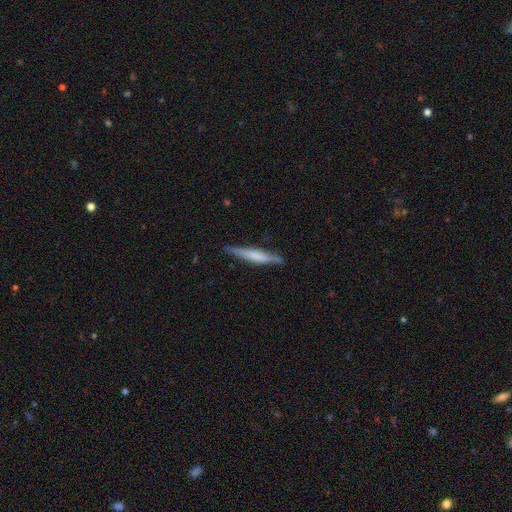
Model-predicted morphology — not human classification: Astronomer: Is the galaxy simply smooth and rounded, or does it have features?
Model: smooth — 50% (runner-up: featured or disk, 44%).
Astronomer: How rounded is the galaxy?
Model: cigar-shaped — 94%.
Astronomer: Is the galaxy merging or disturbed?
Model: none — 83%.